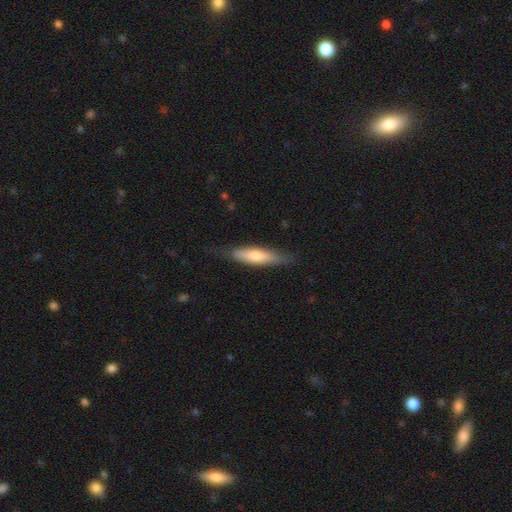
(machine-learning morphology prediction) smooth-or-featured: smooth: 63% | featured or disk: 31% | star or artifact: 6%
  how-rounded: cigar-shaped: 73% | in between: 25% | round: 2%
  merging: none: 76% | minor disturbance: 19% | major disturbance: 4% | merger: 1%